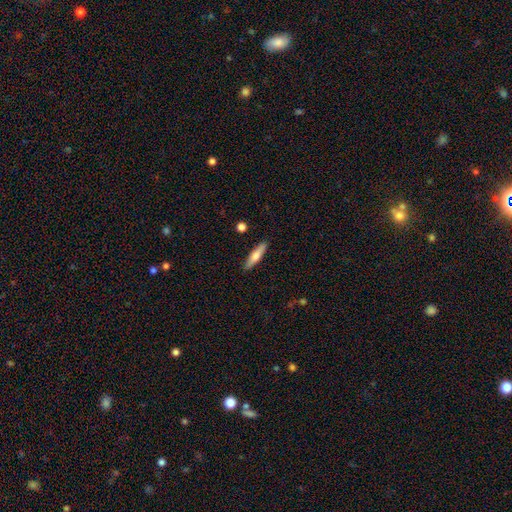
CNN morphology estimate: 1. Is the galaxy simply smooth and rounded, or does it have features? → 65% smooth, 29% featured or disk, 6% star or artifact.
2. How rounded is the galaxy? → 77% cigar-shaped, 21% in between, 2% round.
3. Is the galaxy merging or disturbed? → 89% none, 8% minor disturbance, 2% major disturbance, 2% merger.